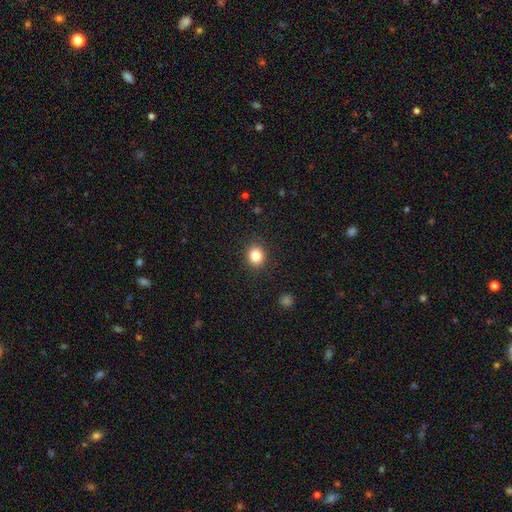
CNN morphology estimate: type=smooth (84%); roundness=round (80%); merging=none (90%).